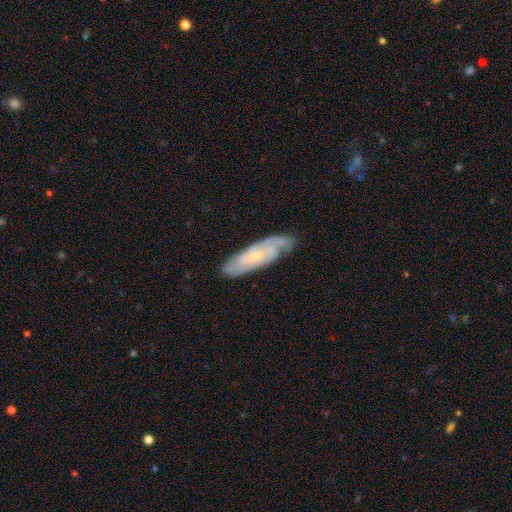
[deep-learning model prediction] A featured or disk galaxy (71%) with no bar (67%), 2 (41%) tight (58%) spiral arms (91%) and a small central bulge (71%).

Vote fractions:
- Smooth or featured? featured or disk: 71% / smooth: 23% / star or artifact: 6%
- Edge-on disk? no: 83% / yes: 17%
- Bar? no: 67% / weak: 27% / strong: 6%
- Spiral arms? yes: 91% / no: 9%
- Spiral winding? tight: 58% / medium: 33% / loose: 10%
- Spiral arm count? 2: 41% / can't tell: 37% / 3: 10% / 1: 5% / 4: 4% / more than 4: 3%
- Bulge size? small: 71% / moderate: 23% / none: 4% / large: 1% / dominant: 1%
- Merging? none: 73% / minor disturbance: 20% / major disturbance: 5% / merger: 2%